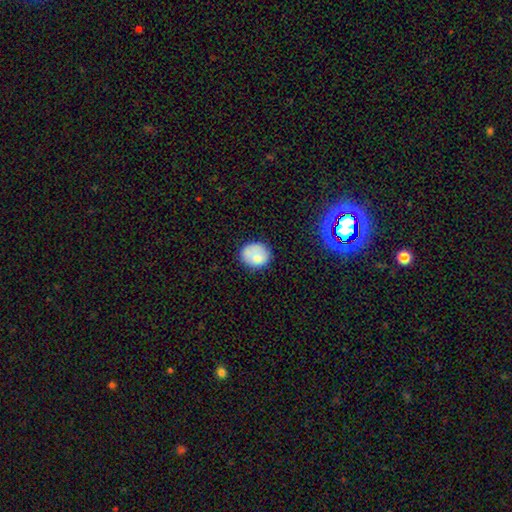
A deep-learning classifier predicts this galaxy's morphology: A smooth galaxy with no disk features (77%) that is round (64%).

Vote fractions:
- Smooth or featured? smooth: 77% / featured or disk: 14% / star or artifact: 9%
- How rounded? round: 64% / in between: 35% / cigar-shaped: 1%
- Merging? none: 65% / minor disturbance: 22% / major disturbance: 7% / merger: 6%